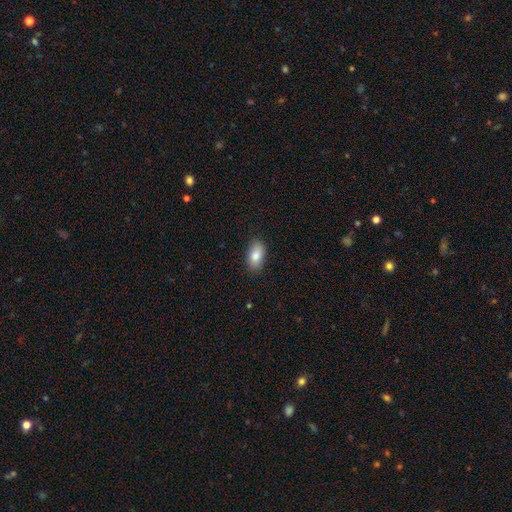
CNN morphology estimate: smooth 83%, featured or disk 10%, star or artifact 7%. Down the decision tree: how rounded — in between (92%); merging — none (86%).